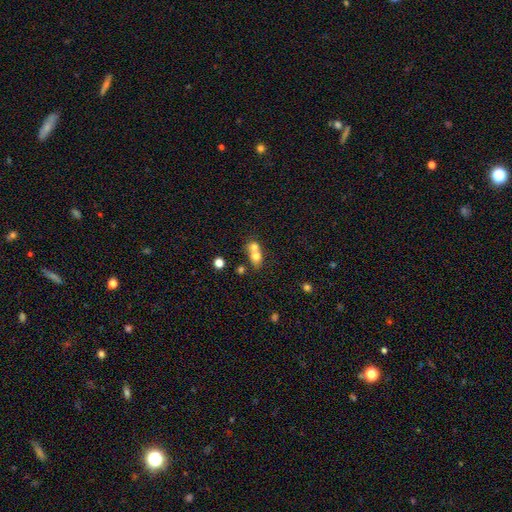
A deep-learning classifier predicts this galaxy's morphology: Smooth or featured? smooth (71%)
How rounded? round (63%)
Merging? merger (67%)